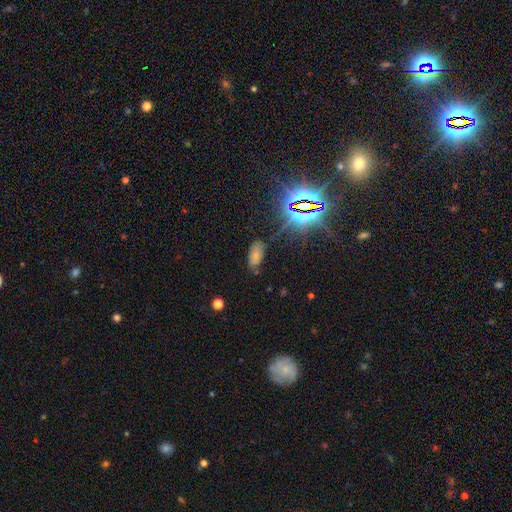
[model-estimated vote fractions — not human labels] smooth_or_featured: smooth (p=0.60) [alt: star or artifact p=0.26]
how_rounded: in between (p=0.92) [alt: cigar-shaped p=0.04]
merging: none (p=0.69) [alt: minor disturbance p=0.21]